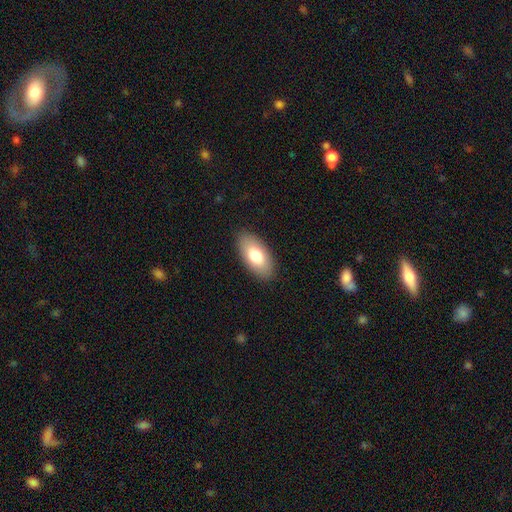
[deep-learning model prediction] The model was most divided on "smooth or featured": smooth: 75%, featured or disk: 18%, star or artifact: 6%. More confident: how rounded — in between (93%); merging — none (88%).